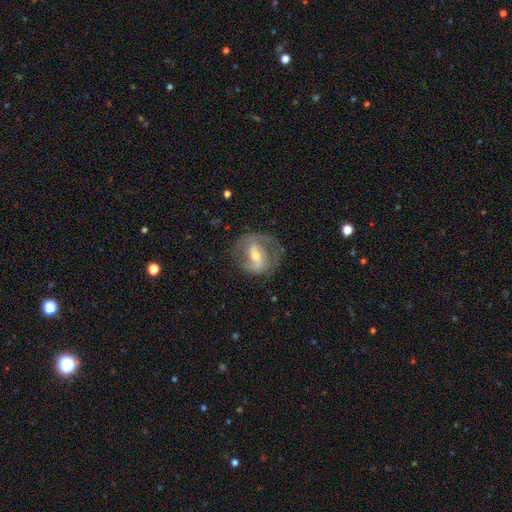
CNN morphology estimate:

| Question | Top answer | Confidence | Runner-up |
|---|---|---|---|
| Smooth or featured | featured or disk | 76% | smooth (18%) |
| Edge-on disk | no | 95% | yes (5%) |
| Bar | weak | 40% | strong (39%) |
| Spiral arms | yes | 79% | no (21%) |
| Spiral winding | medium | 45% | tight (29%) |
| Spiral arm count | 2 | 75% | can't tell (13%) |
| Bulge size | moderate | 55% | small (40%) |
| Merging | none | 67% | minor disturbance (19%) |